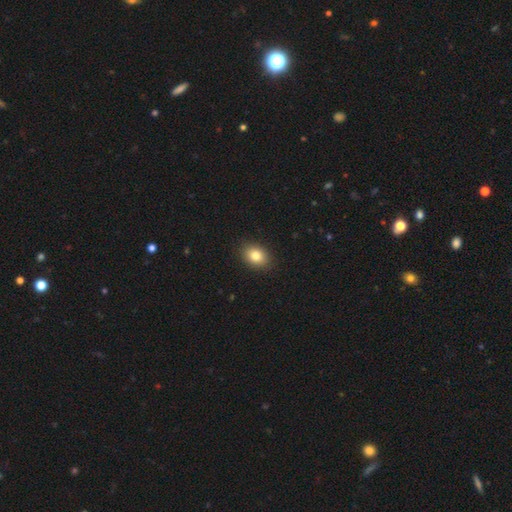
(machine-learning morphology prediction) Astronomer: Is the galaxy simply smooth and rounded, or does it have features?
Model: smooth — 82%.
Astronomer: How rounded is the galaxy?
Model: in between — 73%.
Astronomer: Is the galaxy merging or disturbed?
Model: none — 89%.